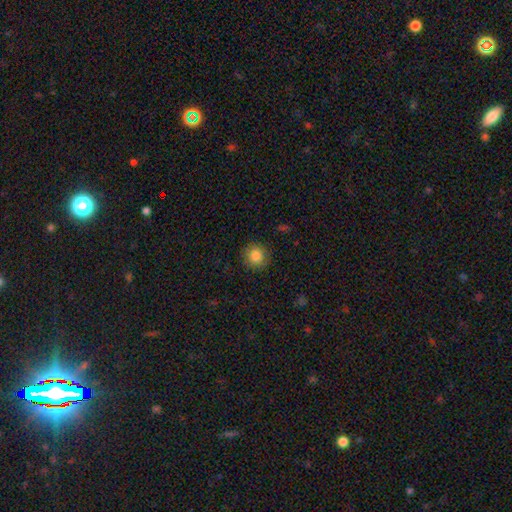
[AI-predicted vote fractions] smooth-or-featured: smooth: 84% | star or artifact: 10% | featured or disk: 6%
  how-rounded: round: 92% | in between: 7% | cigar-shaped: 1%
  merging: none: 91% | minor disturbance: 6% | major disturbance: 2% | merger: 1%